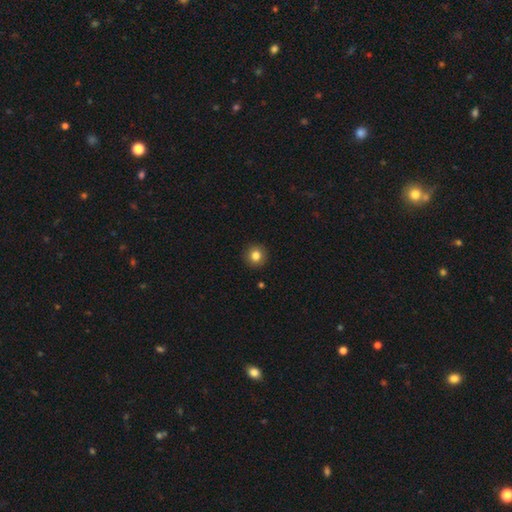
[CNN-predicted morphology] This is clearly a smooth galaxy (83%). How rounded: clearly round (94%). Merging: clearly none (93%).